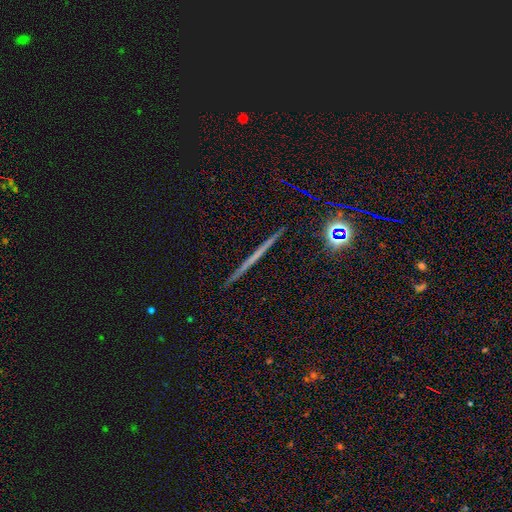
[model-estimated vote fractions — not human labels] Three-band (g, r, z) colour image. It shows a featured or disk galaxy (53%) viewed edge-on (98%) with no central bulge (90%). Merging: none (92%).